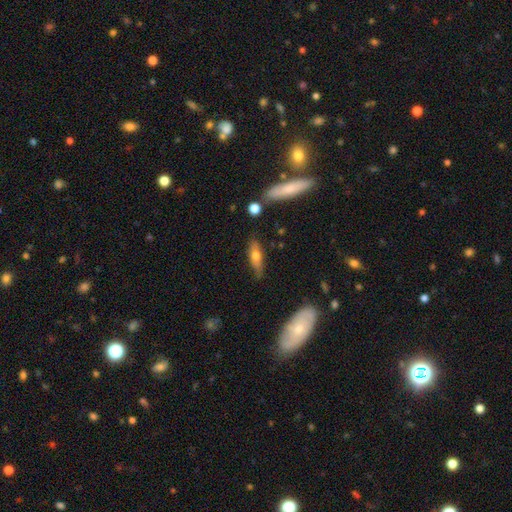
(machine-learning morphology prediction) Smooth or featured?
  - smooth: 60% *
  - featured or disk: 33%
  - star or artifact: 7%
How rounded?
  - cigar-shaped: 52% *
  - in between: 45%
  - round: 3%
Merging?
  - none: 71% *
  - minor disturbance: 21%
  - major disturbance: 5%
  - merger: 3%